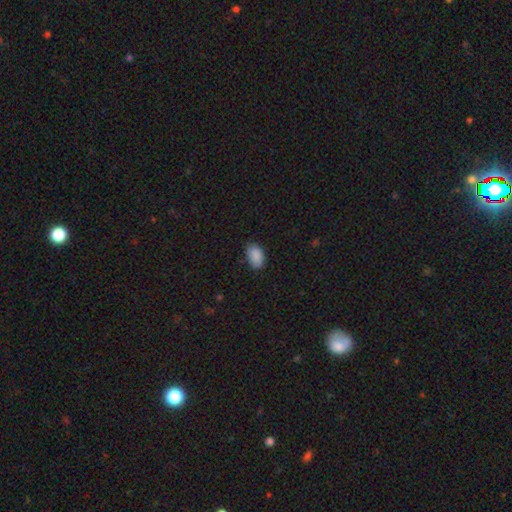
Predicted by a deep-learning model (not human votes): smooth_or_featured: smooth (p=0.88) [alt: star or artifact p=0.07]
how_rounded: in between (p=0.91) [alt: round p=0.08]
merging: none (p=0.71) [alt: minor disturbance p=0.24]